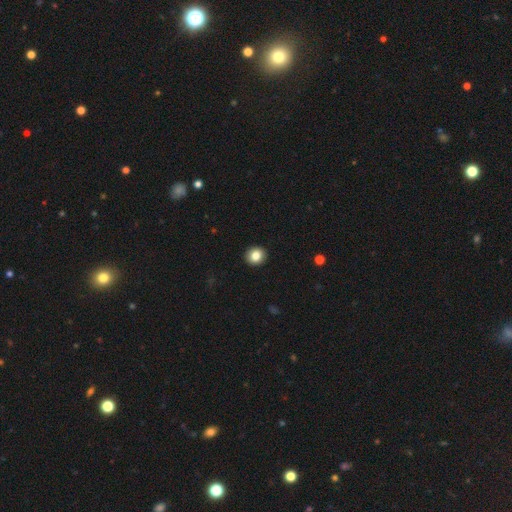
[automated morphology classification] Smooth or featured? Predicted: smooth (p=0.85). How rounded? Predicted: round (p=0.84). Merging? Predicted: none (p=0.93).